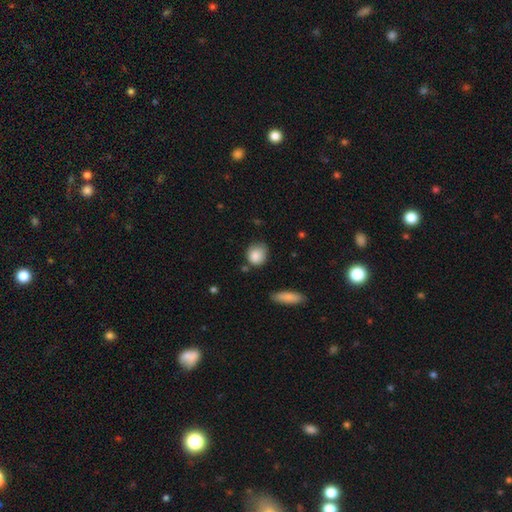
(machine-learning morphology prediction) Q: Smooth or featured?
A: smooth (85%); runner-up: star or artifact (8%)
Q: How rounded?
A: round (70%); runner-up: in between (29%)
Q: Merging?
A: none (60%); runner-up: minor disturbance (29%)